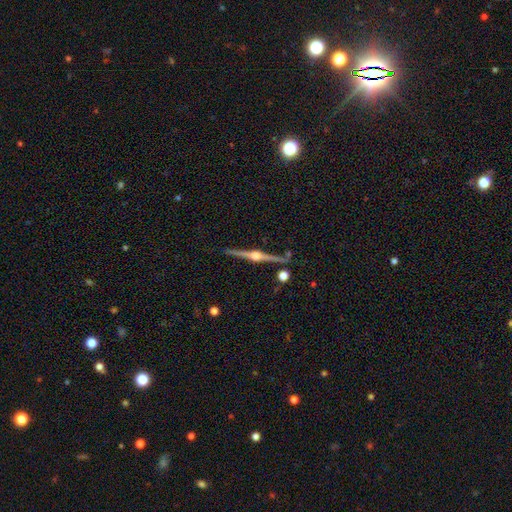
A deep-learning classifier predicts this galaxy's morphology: featured or disk 89%, star or artifact 6%, smooth 5%. Down the decision tree: edge-on disk — yes (98%); edge-on bulge — rounded (95%); merging — none (89%).